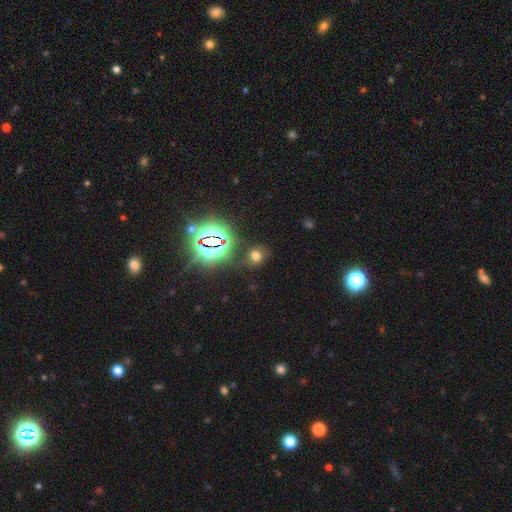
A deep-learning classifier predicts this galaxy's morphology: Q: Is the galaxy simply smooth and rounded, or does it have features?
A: smooth — 55%.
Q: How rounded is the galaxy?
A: round — 65%.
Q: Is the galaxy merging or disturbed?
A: none — 73%.